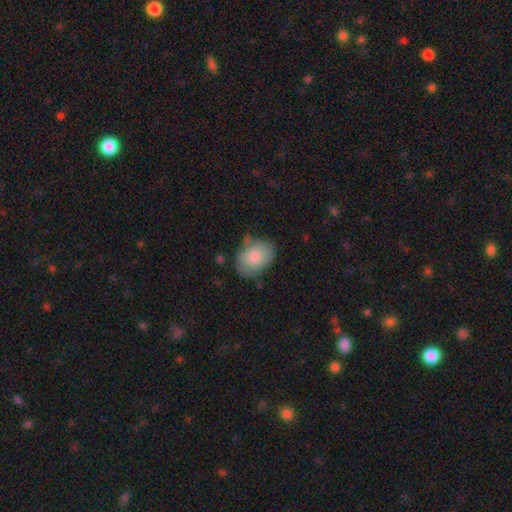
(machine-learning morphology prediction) smooth 82%, featured or disk 12%, star or artifact 6%. Down the decision tree: how rounded — in between (76%); merging — none (56%).